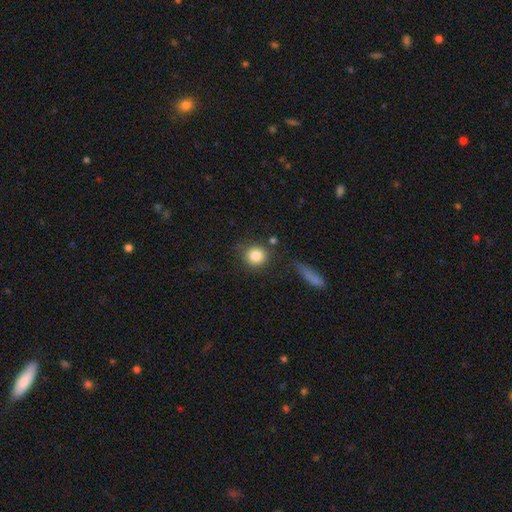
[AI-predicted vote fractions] Smooth or featured: smooth — 84% (star or artifact — 9%)
How rounded: round — 89% (in between — 10%)
Merging: none — 77% (minor disturbance — 12%)